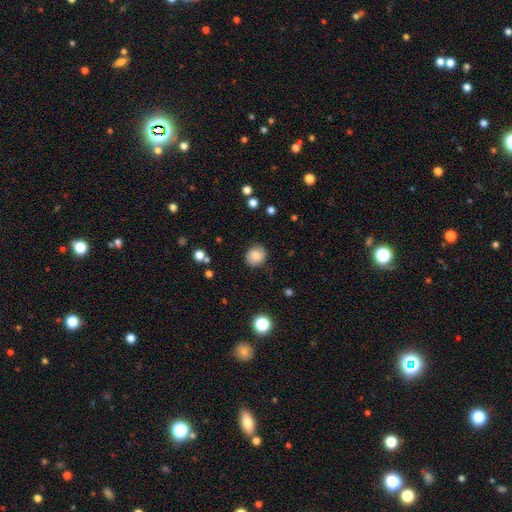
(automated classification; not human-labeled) A smooth galaxy with no disk features (82%) that is round (76%).

Vote fractions:
- Smooth or featured? smooth: 82% / star or artifact: 9% / featured or disk: 9%
- How rounded? round: 76% / in between: 23% / cigar-shaped: 1%
- Merging? none: 86% / minor disturbance: 10% / major disturbance: 3% / merger: 1%